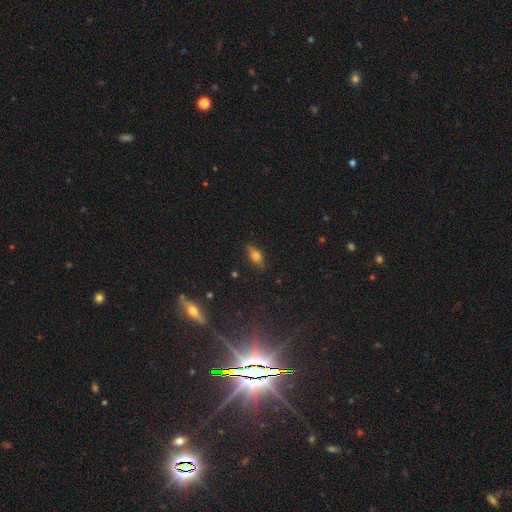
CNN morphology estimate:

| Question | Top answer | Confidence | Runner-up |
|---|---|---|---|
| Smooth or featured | smooth | 59% | featured or disk (28%) |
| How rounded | in between | 73% | cigar-shaped (20%) |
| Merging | none | 79% | minor disturbance (16%) |